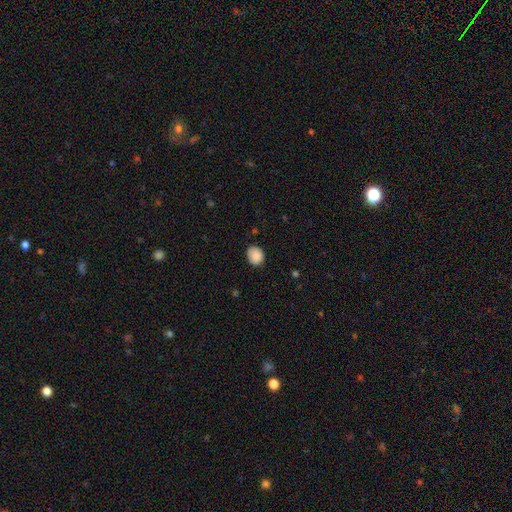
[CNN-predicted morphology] Smooth or featured?
  - smooth: 87% *
  - star or artifact: 8%
  - featured or disk: 5%
How rounded?
  - round: 62% *
  - in between: 37%
  - cigar-shaped: 1%
Merging?
  - none: 78% *
  - minor disturbance: 18%
  - major disturbance: 3%
  - merger: 1%